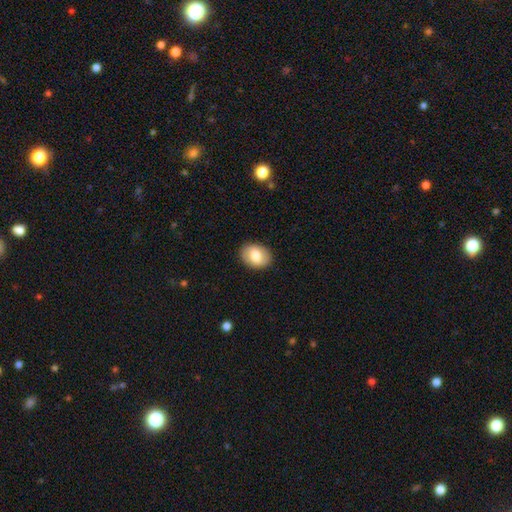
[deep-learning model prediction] A smooth galaxy with no disk features (76%) that is in between round and cigar-shaped (74%). Merging: none (88%).